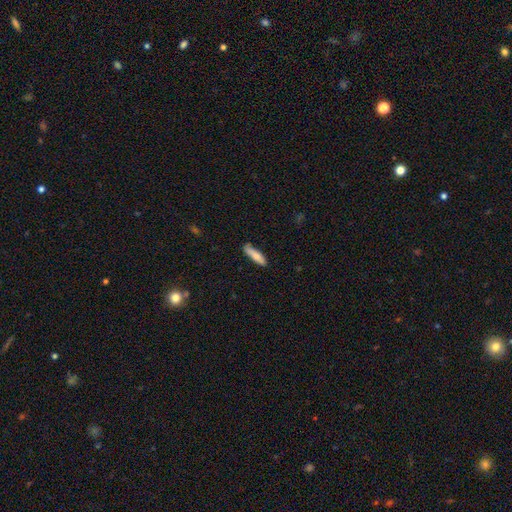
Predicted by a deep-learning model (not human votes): Smooth or featured: smooth — 79% (featured or disk — 15%)
How rounded: cigar-shaped — 77% (in between — 21%)
Merging: none — 81% (minor disturbance — 15%)